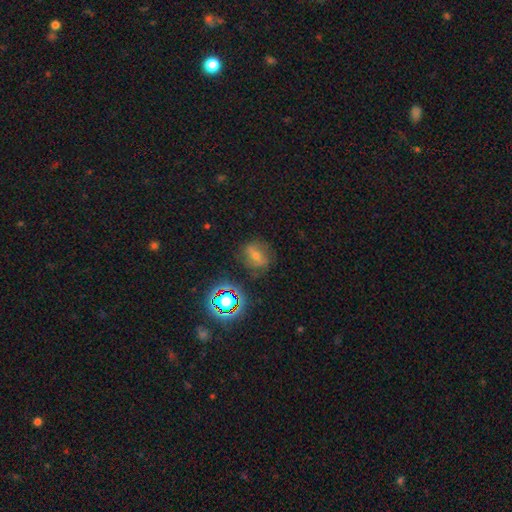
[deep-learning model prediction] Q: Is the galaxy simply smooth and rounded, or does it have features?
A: smooth — 37%.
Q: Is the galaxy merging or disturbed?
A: none — 75%.